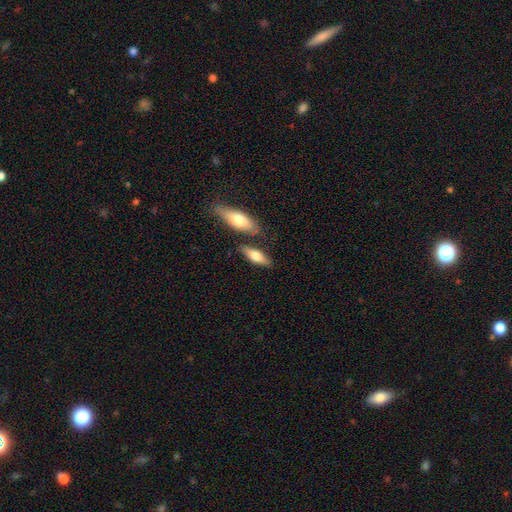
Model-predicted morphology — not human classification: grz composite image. It shows a smooth galaxy with no disk features (67%) that is in between round and cigar-shaped (62%). Merging: none (71%).